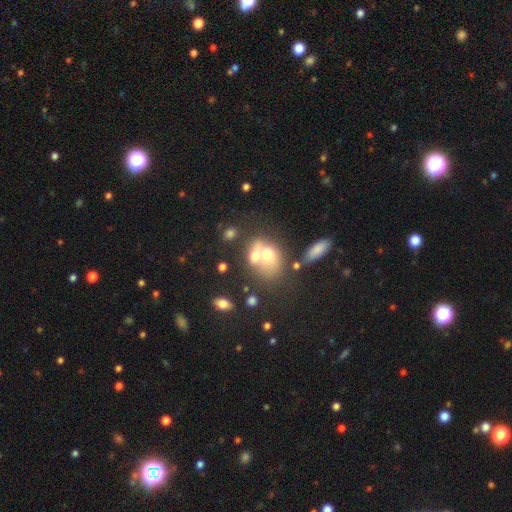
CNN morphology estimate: smooth 61%, featured or disk 28%, star or artifact 11%. Down the decision tree: how rounded — in between (62%); merging — merger (63%).